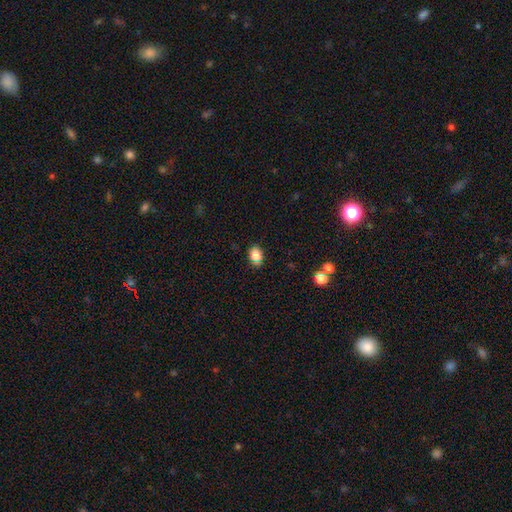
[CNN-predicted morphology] This is clearly a smooth galaxy (85%). How rounded: likely in between (72%). Merging: likely none (78%).